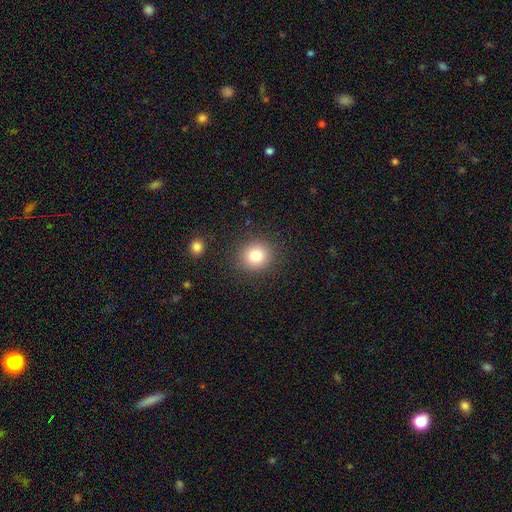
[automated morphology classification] Smooth or featured?
  - smooth: 81% *
  - star or artifact: 11%
  - featured or disk: 8%
How rounded?
  - round: 88% *
  - in between: 11%
  - cigar-shaped: 1%
Merging?
  - none: 88% *
  - minor disturbance: 8%
  - major disturbance: 3%
  - merger: 2%